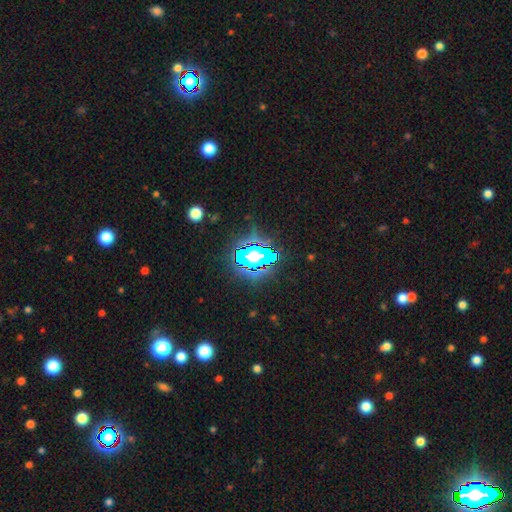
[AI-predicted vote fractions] Overall: star or artifact (58%; smooth 25%).